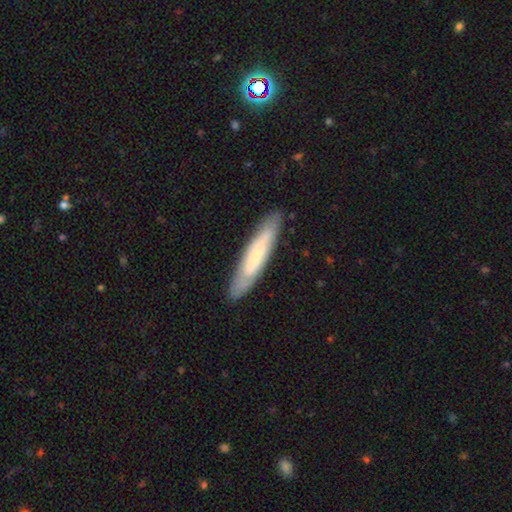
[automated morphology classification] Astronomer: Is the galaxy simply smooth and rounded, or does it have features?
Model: smooth — 57% (runner-up: featured or disk, 38%).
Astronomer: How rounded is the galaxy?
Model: cigar-shaped — 88%.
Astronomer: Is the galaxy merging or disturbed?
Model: none — 86%.